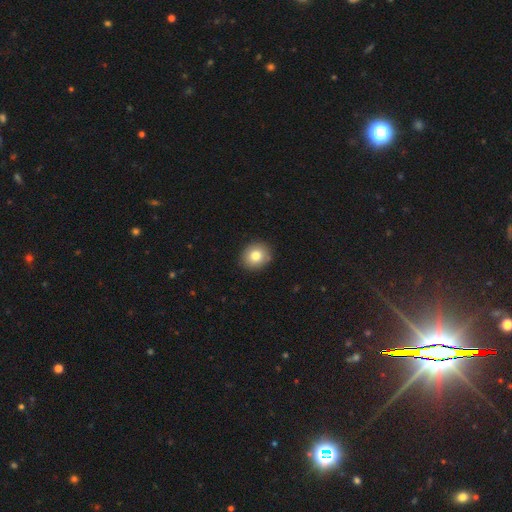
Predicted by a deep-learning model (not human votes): smooth 81%, featured or disk 10%, star or artifact 9%. Down the decision tree: how rounded — round (77%); merging — none (90%).